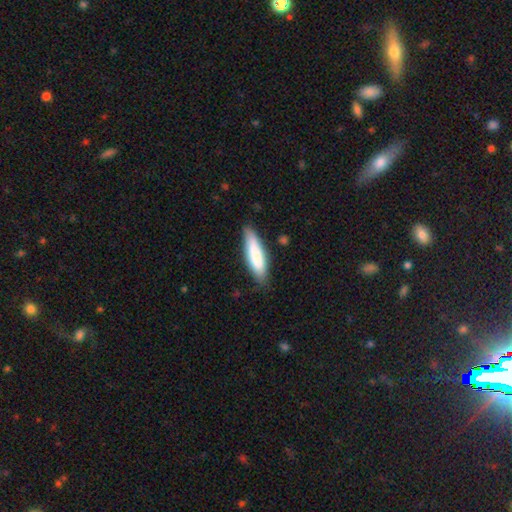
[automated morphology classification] This is clearly a smooth galaxy (80%). How rounded: likely cigar-shaped (70%). Merging: likely none (80%).